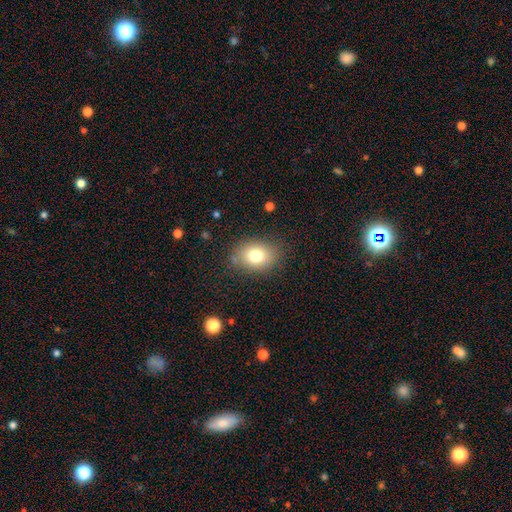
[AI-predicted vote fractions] Q: Smooth or featured?
A: smooth (77%); runner-up: featured or disk (12%)
Q: How rounded?
A: in between (65%); runner-up: round (34%)
Q: Merging?
A: none (81%); runner-up: minor disturbance (13%)